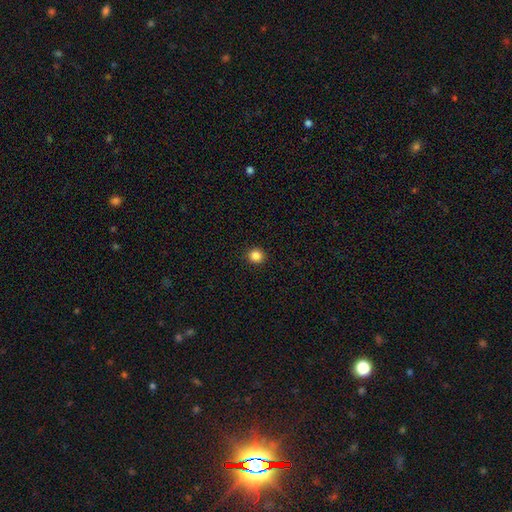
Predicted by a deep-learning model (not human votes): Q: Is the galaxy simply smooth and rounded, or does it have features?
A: smooth — 86%.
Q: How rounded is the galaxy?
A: round — 93%.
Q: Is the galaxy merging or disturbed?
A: none — 93%.